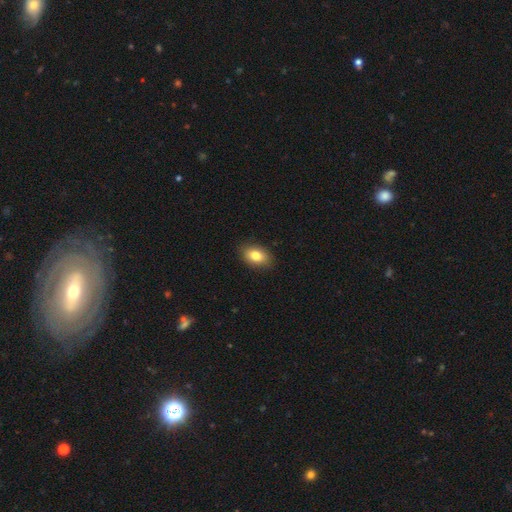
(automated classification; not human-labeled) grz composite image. It shows a smooth galaxy with no disk features (82%) that is in between round and cigar-shaped (87%). Merging: none (88%).